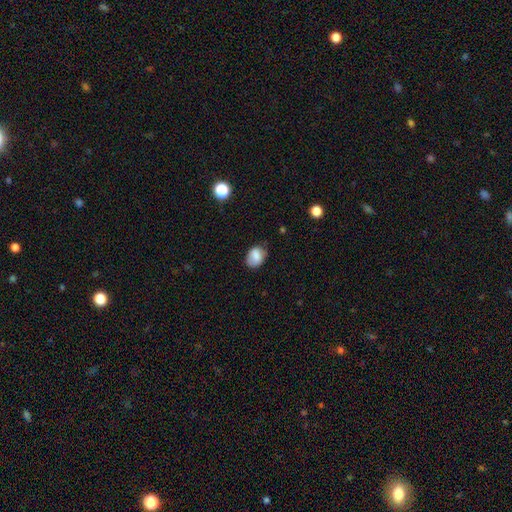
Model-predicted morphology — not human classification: Q: Smooth or featured?
A: smooth (79%); runner-up: featured or disk (13%)
Q: How rounded?
A: in between (71%); runner-up: round (28%)
Q: Merging?
A: none (66%); runner-up: minor disturbance (26%)